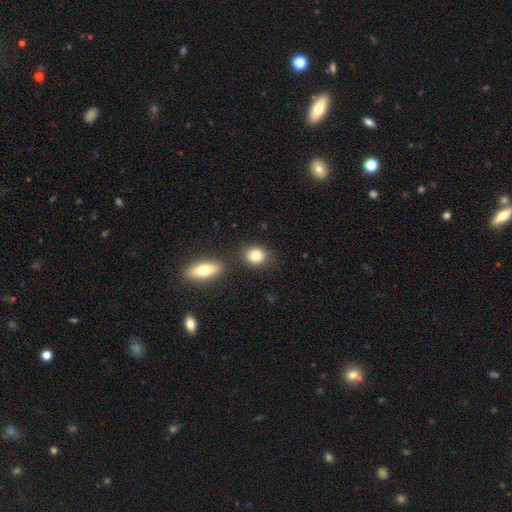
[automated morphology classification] Smooth or featured: smooth — 81% (featured or disk — 9%)
How rounded: round — 64% (in between — 34%)
Merging: none — 77% (merger — 11%)